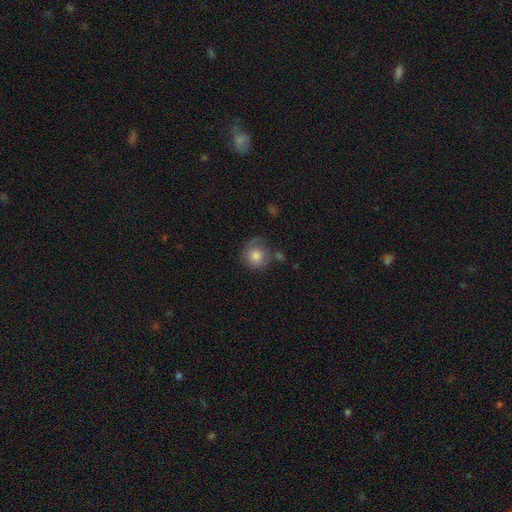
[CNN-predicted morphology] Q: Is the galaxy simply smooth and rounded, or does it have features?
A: smooth — 79%.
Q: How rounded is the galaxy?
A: round — 89%.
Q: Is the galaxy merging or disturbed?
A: none — 61%.